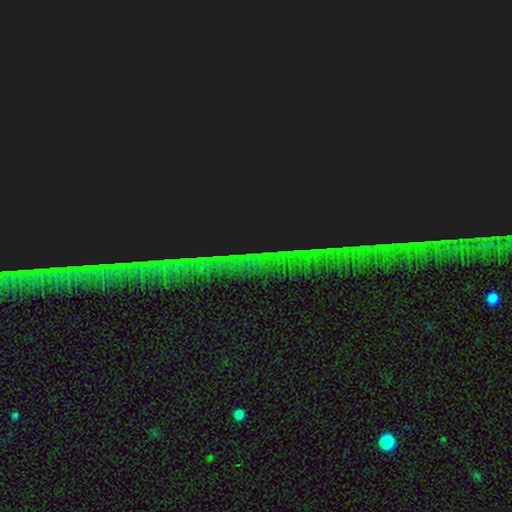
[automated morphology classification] This is clearly a star or artifact rather than a galaxy (87%).